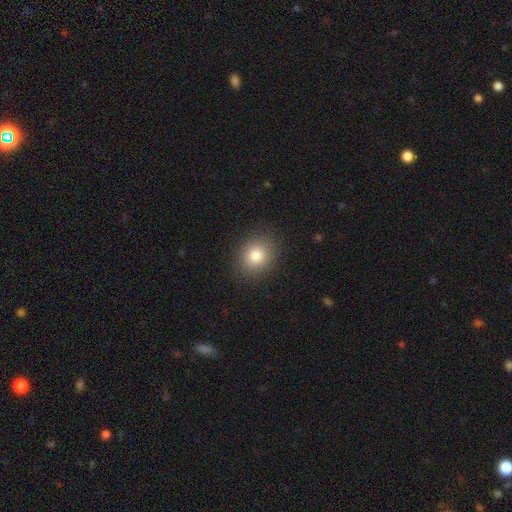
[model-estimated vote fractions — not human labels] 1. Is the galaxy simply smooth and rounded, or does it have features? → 81% smooth, 11% star or artifact, 8% featured or disk.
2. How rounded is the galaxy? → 63% round, 36% in between, 1% cigar-shaped.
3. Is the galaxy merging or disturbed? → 88% none, 8% minor disturbance, 3% major disturbance, 1% merger.